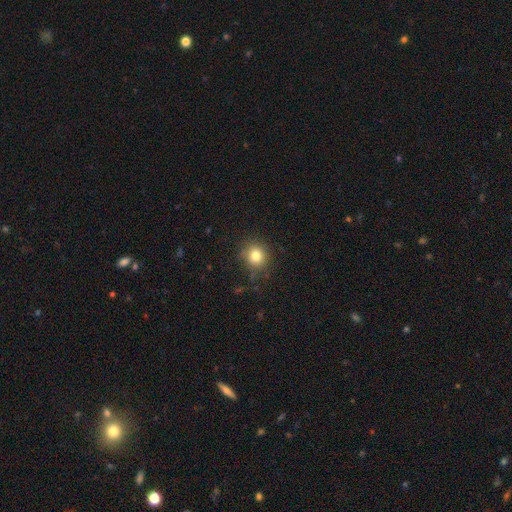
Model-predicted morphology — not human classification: smooth_or_featured: smooth (p=0.81) [alt: star or artifact p=0.12]
how_rounded: round (p=0.87) [alt: in between p=0.12]
merging: none (p=0.81) [alt: minor disturbance p=0.14]